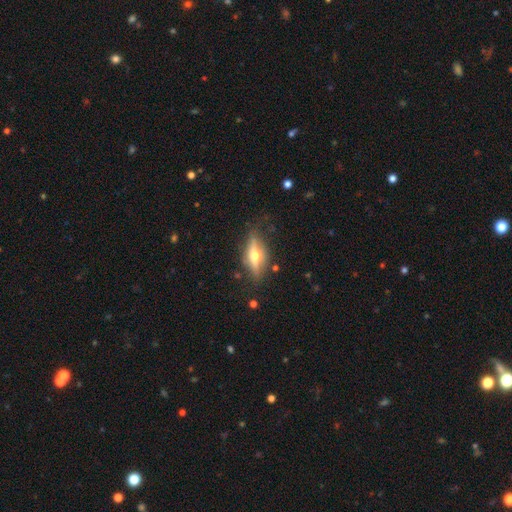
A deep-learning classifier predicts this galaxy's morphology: type=featured or disk (67%); edge-on=yes (91%); edge-on bulge=rounded (94%); merging=none (80%).